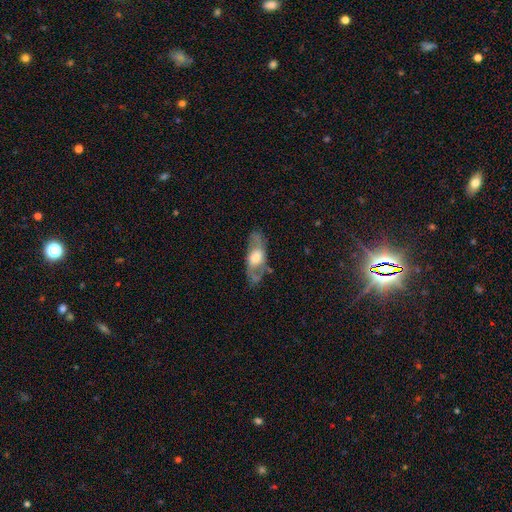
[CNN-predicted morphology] The model was most divided on "smooth or featured": featured or disk: 62%, smooth: 31%, star or artifact: 7%. More confident: merging — none (71%); edge-on disk — no (71%).